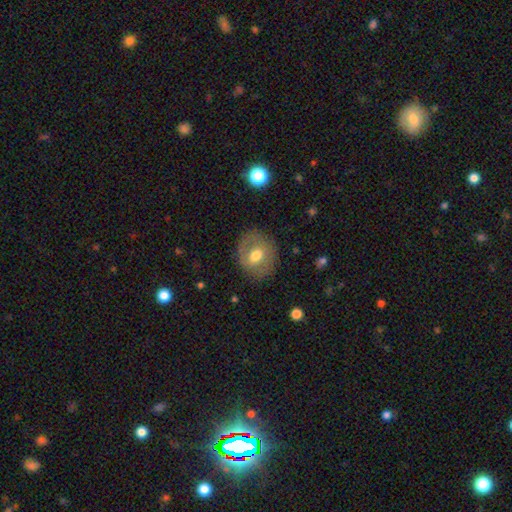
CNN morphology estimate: Smooth or featured: smooth — 58% (featured or disk — 34%)
How rounded: round — 66% (in between — 33%)
Merging: none — 79% (minor disturbance — 14%)